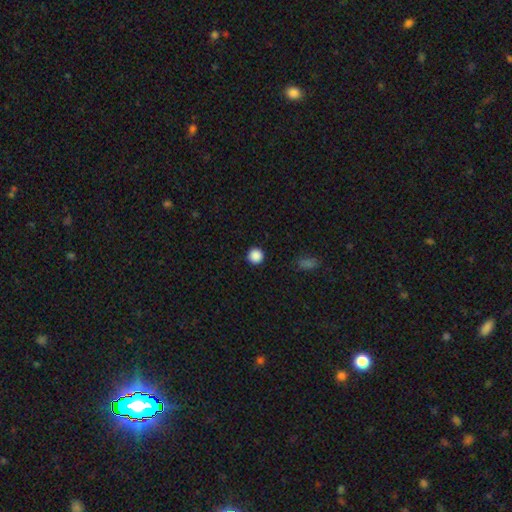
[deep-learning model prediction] This is clearly a smooth galaxy (88%). How rounded: clearly round (96%). Merging: clearly none (93%).